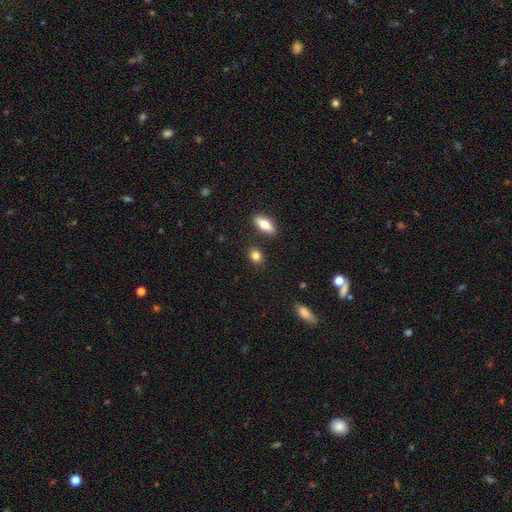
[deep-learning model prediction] Smooth or featured? Predicted: smooth (p=0.82). How rounded? Predicted: in between (p=0.55). Merging? Predicted: none (p=0.85).